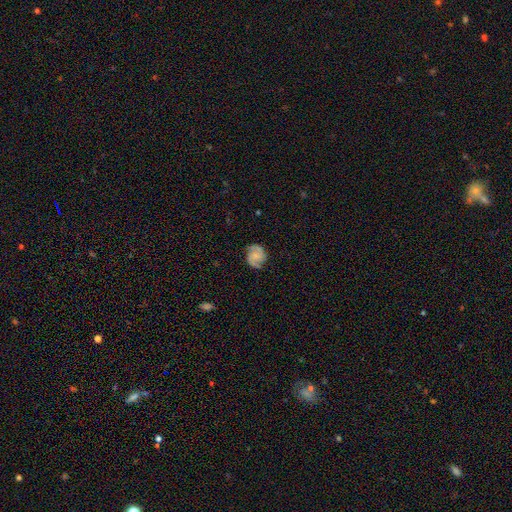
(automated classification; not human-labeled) A featured or disk galaxy (77%) with no bar (58%), 2 (89%) medium (49%) spiral arms (96%) and a small central bulge (49%).

Vote fractions:
- Smooth or featured? featured or disk: 77% / smooth: 17% / star or artifact: 7%
- Edge-on disk? no: 98% / yes: 2%
- Bar? no: 58% / weak: 36% / strong: 7%
- Spiral arms? yes: 96% / no: 4%
- Spiral winding? medium: 49% / tight: 37% / loose: 14%
- Spiral arm count? 2: 89% / can't tell: 4% / 3: 3% / 1: 2% / 4: 1% / more than 4: 1%
- Bulge size? small: 49% / none: 27% / moderate: 20% / large: 2% / dominant: 1%
- Merging? none: 80% / minor disturbance: 15% / major disturbance: 4% / merger: 1%